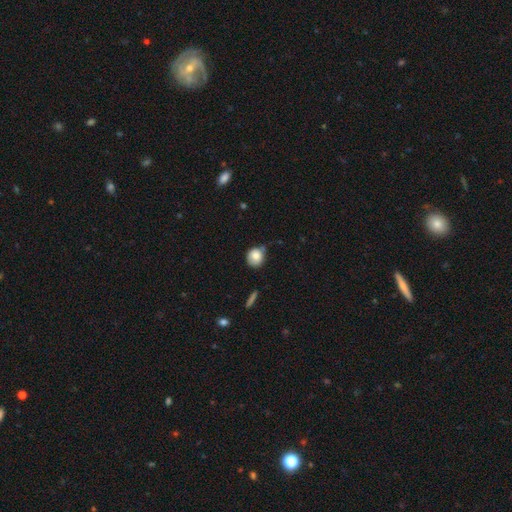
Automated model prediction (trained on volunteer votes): Q: Smooth or featured?
A: smooth (82%); runner-up: featured or disk (10%)
Q: How rounded?
A: round (76%); runner-up: in between (23%)
Q: Merging?
A: none (52%); runner-up: minor disturbance (37%)